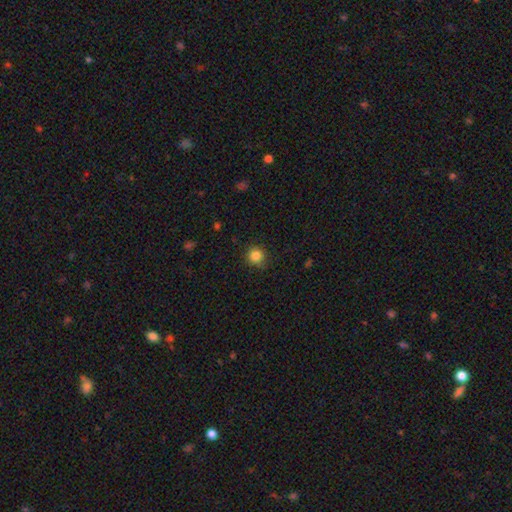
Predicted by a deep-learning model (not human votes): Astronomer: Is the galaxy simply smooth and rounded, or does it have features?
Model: smooth — 83%.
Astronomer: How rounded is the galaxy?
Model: round — 91%.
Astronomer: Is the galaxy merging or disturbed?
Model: none — 83%.